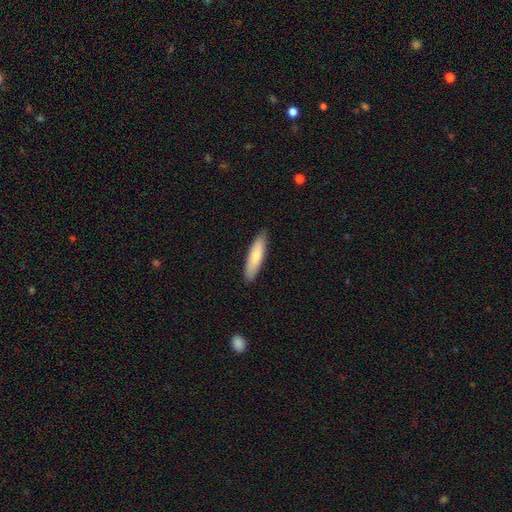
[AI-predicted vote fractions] A smooth galaxy with no disk features (77%) that is cigar-shaped (68%). Merging: none (88%).